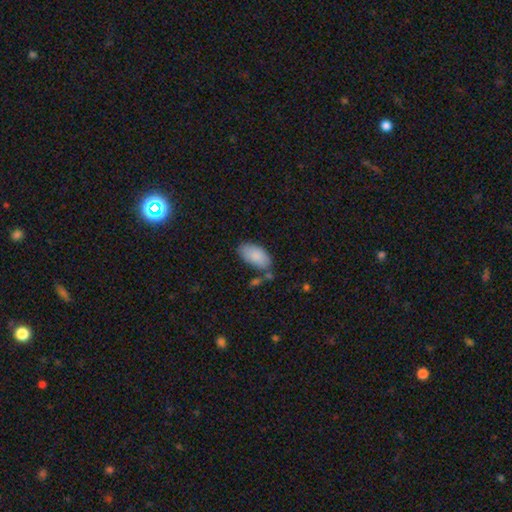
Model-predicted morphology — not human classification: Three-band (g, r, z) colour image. It shows a smooth galaxy with no disk features (86%) that is in between round and cigar-shaped (94%). Merging: none (65%).